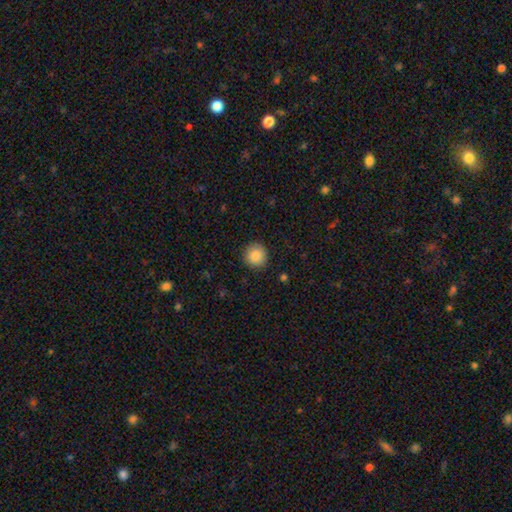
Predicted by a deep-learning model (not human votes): This is clearly a smooth galaxy (88%). How rounded: clearly round (94%). Merging: clearly none (91%).